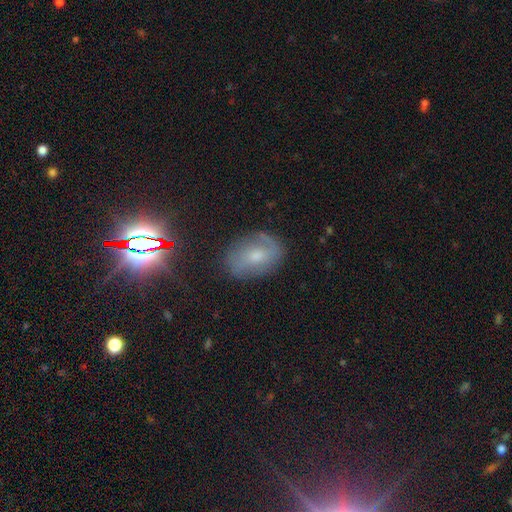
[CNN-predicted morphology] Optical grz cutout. It shows a featured or disk galaxy (47%). Merging: none (73%).